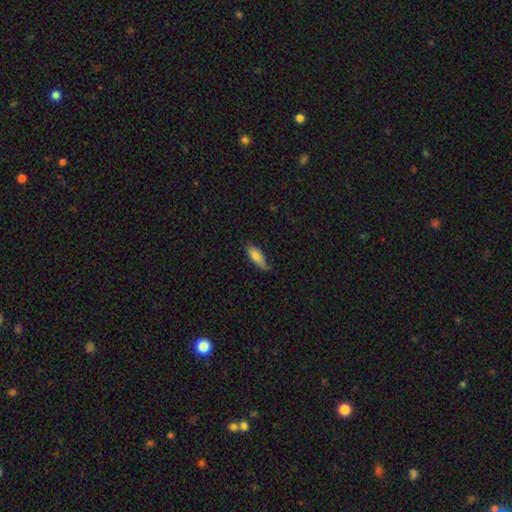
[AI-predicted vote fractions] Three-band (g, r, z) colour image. It shows a smooth galaxy with no disk features (77%) that is in between round and cigar-shaped (71%). Merging: none (65%).